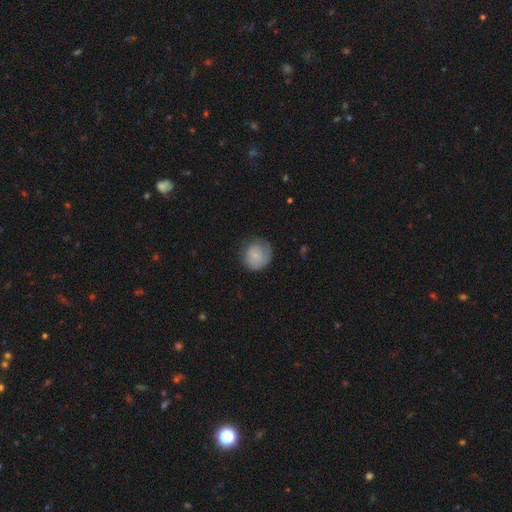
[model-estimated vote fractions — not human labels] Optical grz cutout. It shows a smooth galaxy with no disk features (73%) that is round (87%). Merging: none (63%).